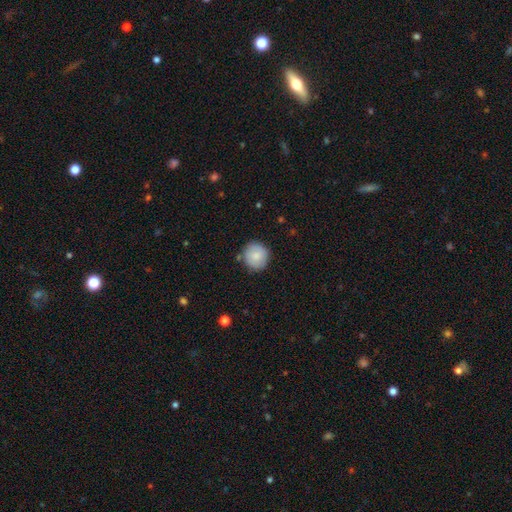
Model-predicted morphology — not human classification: This is clearly a smooth galaxy (83%). How rounded: clearly round (92%). Merging: clearly none (85%).